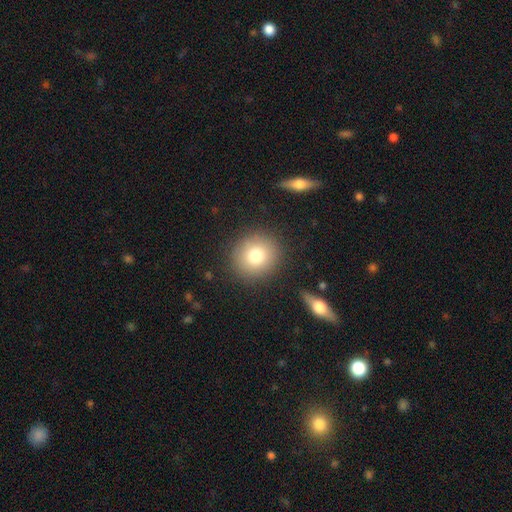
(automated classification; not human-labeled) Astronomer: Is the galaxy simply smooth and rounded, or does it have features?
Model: smooth — 78%.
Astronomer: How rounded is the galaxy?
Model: round — 90%.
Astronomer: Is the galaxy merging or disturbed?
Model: none — 89%.